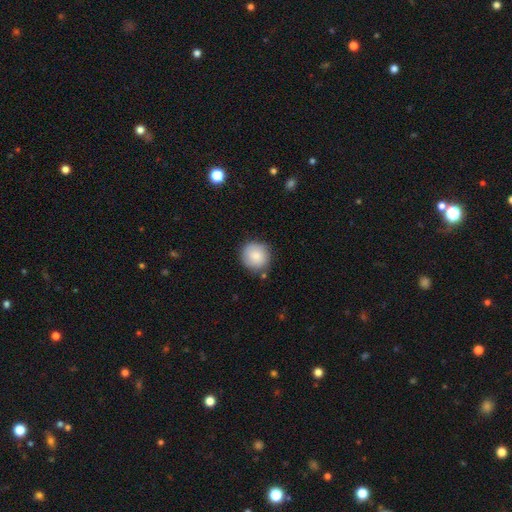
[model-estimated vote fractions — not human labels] smooth 85%, featured or disk 8%, star or artifact 7%. Down the decision tree: how rounded — round (92%); merging — none (82%).